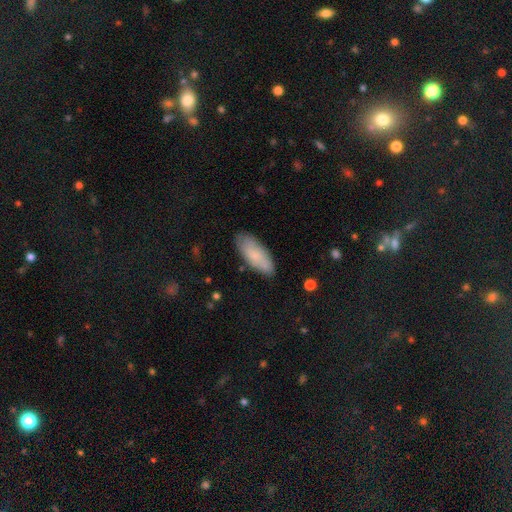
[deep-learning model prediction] This is likely a smooth galaxy (76%). How rounded: likely in between (77%). Merging: likely none (78%).